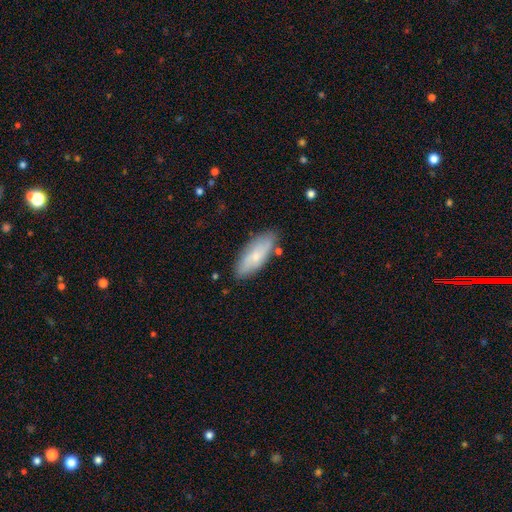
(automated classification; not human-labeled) The model was most divided on "smooth or featured": smooth: 67%, featured or disk: 27%, star or artifact: 6%. More confident: merging — none (80%); how rounded — in between (75%).